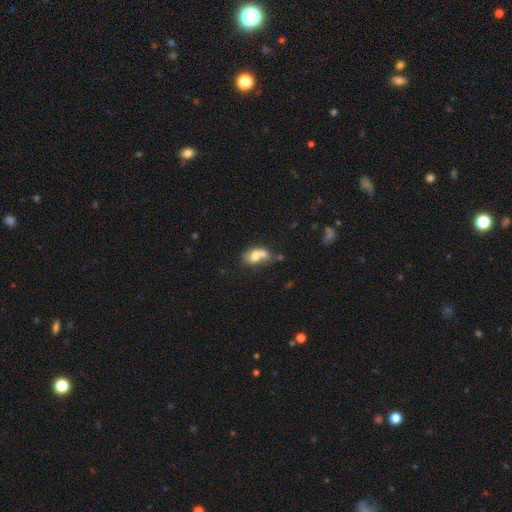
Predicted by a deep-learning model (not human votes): Smooth or featured?
  - smooth: 68% *
  - featured or disk: 23%
  - star or artifact: 9%
How rounded?
  - in between: 68% *
  - round: 30%
  - cigar-shaped: 2%
Merging?
  - merger: 59% *
  - none: 22%
  - minor disturbance: 12%
  - major disturbance: 6%